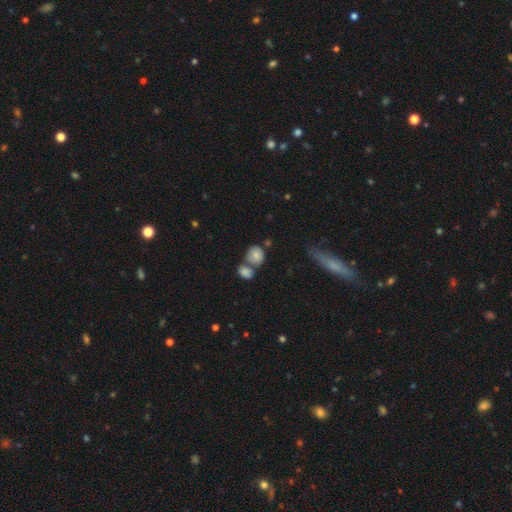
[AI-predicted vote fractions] Q: Smooth or featured?
A: smooth (78%); runner-up: featured or disk (14%)
Q: How rounded?
A: round (69%); runner-up: in between (29%)
Q: Merging?
A: none (48%); runner-up: merger (35%)